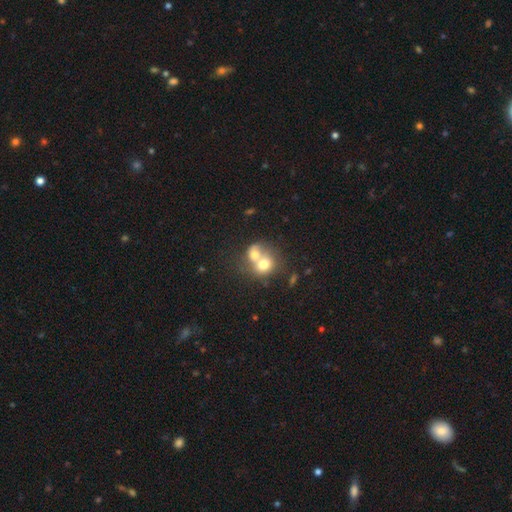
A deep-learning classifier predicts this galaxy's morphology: Smooth or featured? smooth (63%)
How rounded? round (65%)
Merging? merger (72%)